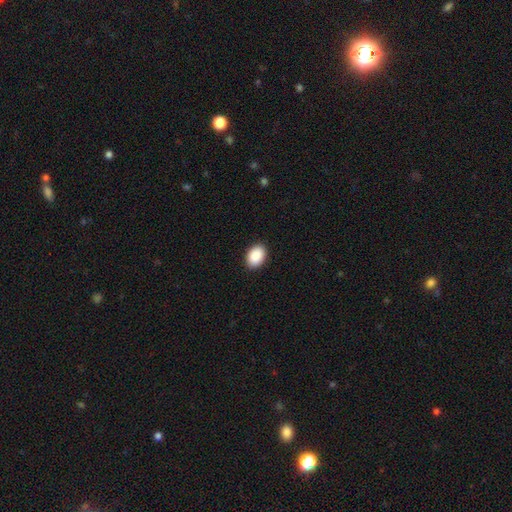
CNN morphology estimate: Smooth or featured?
  - smooth: 90% *
  - star or artifact: 7%
  - featured or disk: 3%
How rounded?
  - in between: 85% *
  - round: 14%
  - cigar-shaped: 1%
Merging?
  - none: 90% *
  - minor disturbance: 7%
  - major disturbance: 2%
  - merger: 1%